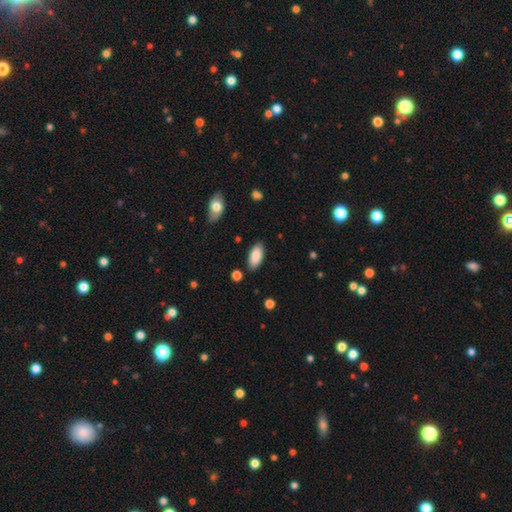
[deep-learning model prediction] smooth 87%, featured or disk 7%, star or artifact 6%. Down the decision tree: how rounded — in between (90%); merging — none (85%).